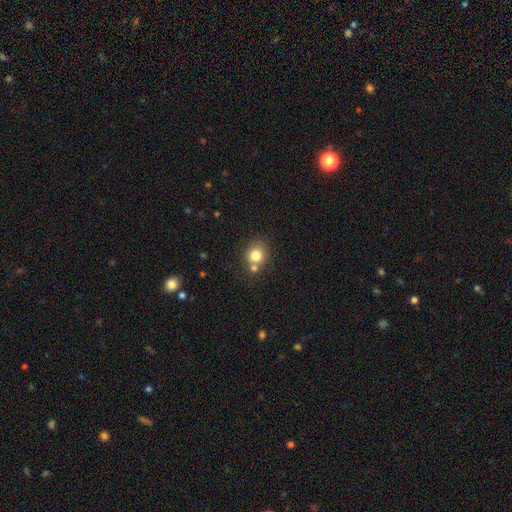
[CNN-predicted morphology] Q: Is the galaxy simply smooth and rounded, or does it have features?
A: smooth — 79%.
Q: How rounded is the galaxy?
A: round — 83%.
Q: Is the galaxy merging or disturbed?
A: none — 61%.